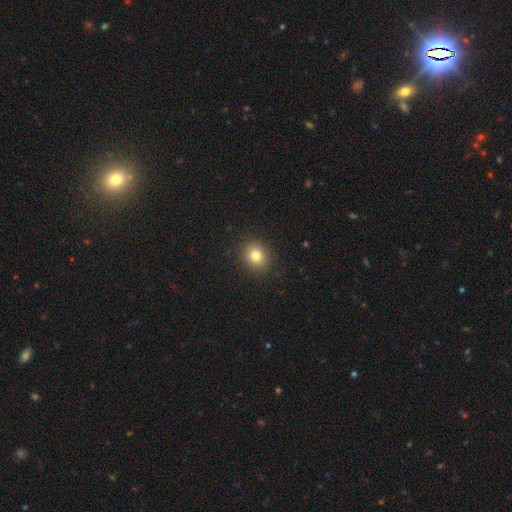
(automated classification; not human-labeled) Smooth or featured? Predicted: smooth (p=0.81). How rounded? Predicted: round (p=0.70). Merging? Predicted: none (p=0.90).